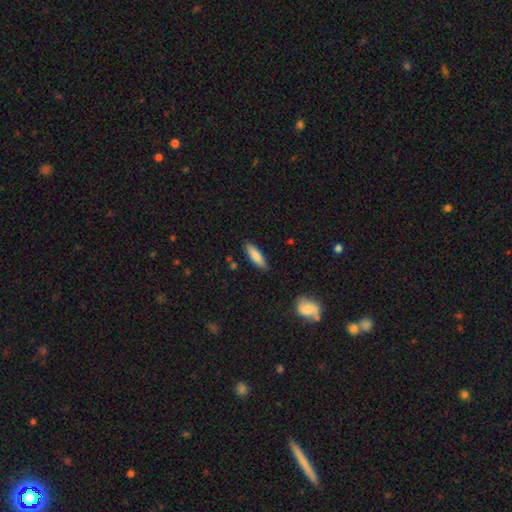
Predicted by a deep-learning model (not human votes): smooth-or-featured: smooth: 82% | featured or disk: 12% | star or artifact: 6%
  how-rounded: cigar-shaped: 57% | in between: 41% | round: 2%
  merging: none: 85% | minor disturbance: 11% | major disturbance: 2% | merger: 2%